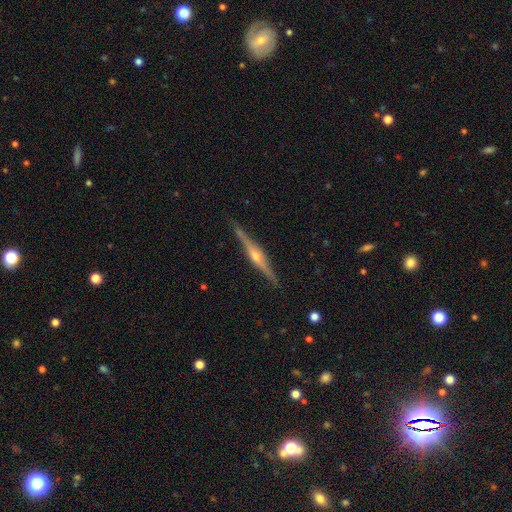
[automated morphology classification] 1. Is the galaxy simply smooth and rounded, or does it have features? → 83% featured or disk, 12% smooth, 5% star or artifact.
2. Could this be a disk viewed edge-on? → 98% yes, 2% no.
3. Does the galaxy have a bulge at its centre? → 87% rounded, 8% boxy, 5% none.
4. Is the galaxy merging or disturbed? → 89% none, 8% minor disturbance, 2% major disturbance, 1% merger.